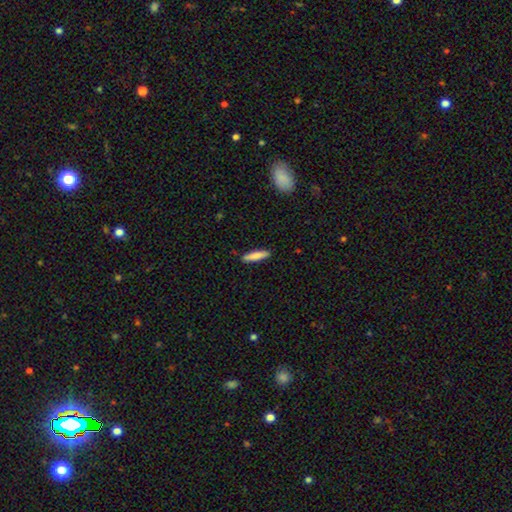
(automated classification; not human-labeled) Overall: smooth (82%). How rounded: cigar-shaped (82%). Merging: none (89%).